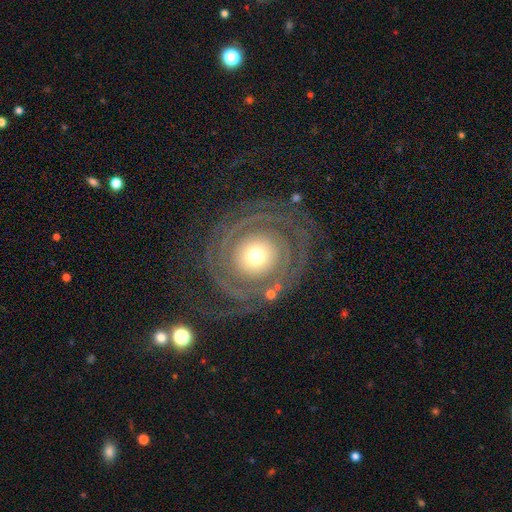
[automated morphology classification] A featured or disk galaxy (83%) with no bar (83%), 2 (40%) tight (77%) spiral arms (90%) and a moderate central bulge (53%). Merging: none (76%).